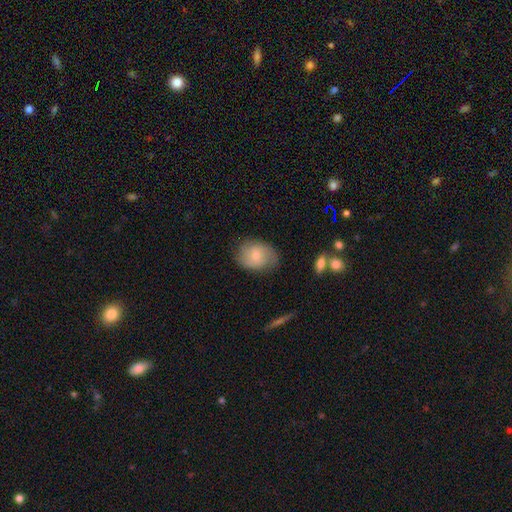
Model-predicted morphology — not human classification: Smooth or featured: smooth — 61% (featured or disk — 31%)
How rounded: in between — 60% (round — 39%)
Merging: none — 71% (minor disturbance — 22%)